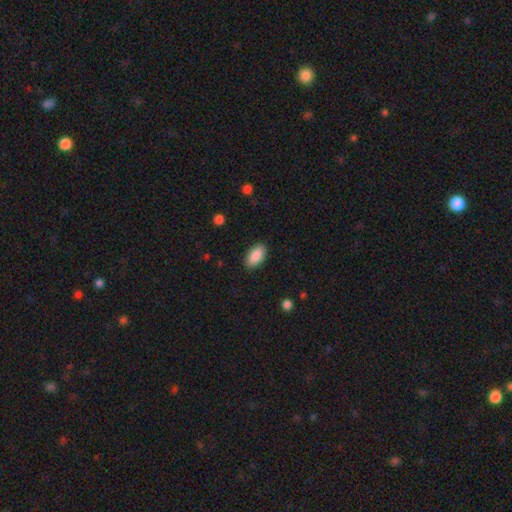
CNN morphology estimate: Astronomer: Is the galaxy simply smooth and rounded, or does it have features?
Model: smooth — 89%.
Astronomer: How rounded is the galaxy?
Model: in between — 94%.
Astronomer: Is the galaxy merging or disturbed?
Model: none — 88%.